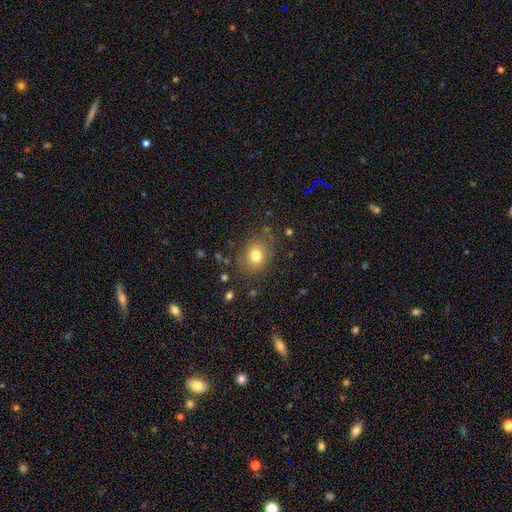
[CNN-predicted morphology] This is likely a smooth galaxy (77%). How rounded: likely round (65%). Merging: clearly none (82%).